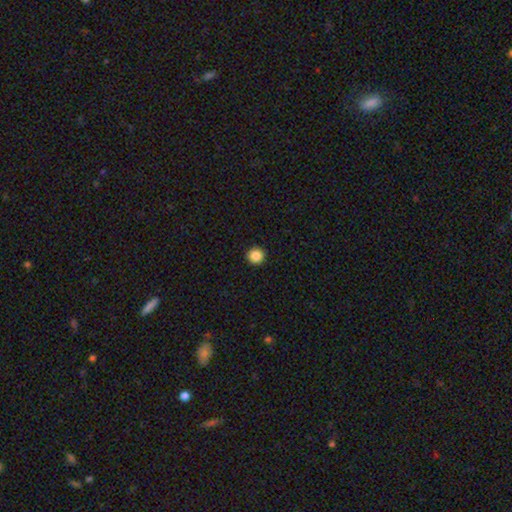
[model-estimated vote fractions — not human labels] Overall: smooth (87%). How rounded: round (96%). Merging: none (94%).